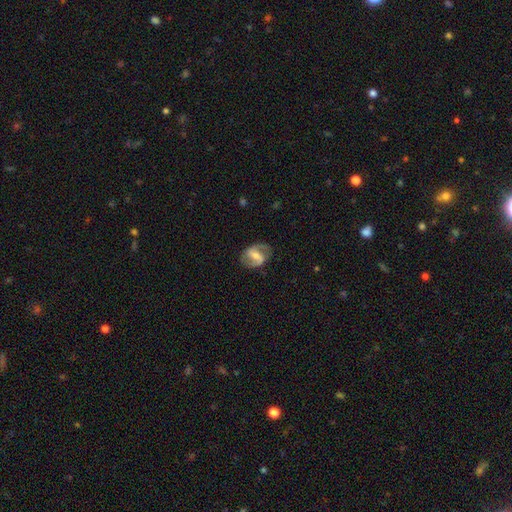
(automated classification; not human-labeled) smooth-or-featured: featured or disk: 80% | smooth: 15% | star or artifact: 5%
  disk-edge-on: no: 97% | yes: 3%
    bar: strong: 43% | weak: 42% | no: 15%
    has-spiral-arms: yes: 91% | no: 9%
      spiral-winding: medium: 51% | loose: 26% | tight: 23%
      spiral-arm-count: 2: 89% | can't tell: 5% | 1: 3% | 3: 1% | 4: 1% | more than 4: 1%
    bulge-size: moderate: 46% | small: 38% | none: 8% | large: 6% | dominant: 1%
  merging: none: 78% | minor disturbance: 15% | major disturbance: 6% | merger: 1%